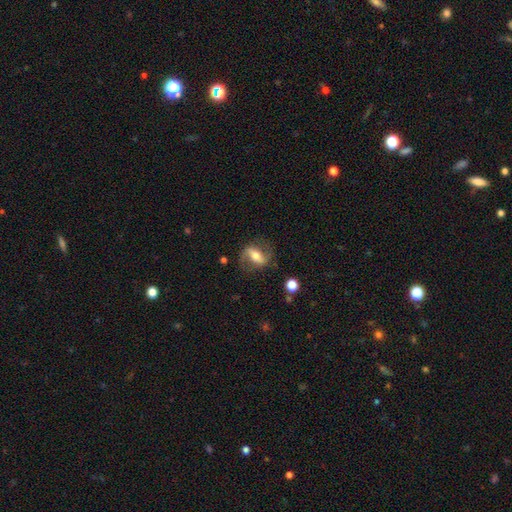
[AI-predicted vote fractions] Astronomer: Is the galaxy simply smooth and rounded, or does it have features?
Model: featured or disk — 70%.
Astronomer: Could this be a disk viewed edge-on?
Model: no — 90%.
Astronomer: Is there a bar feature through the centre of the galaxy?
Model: strong — 52% (runner-up: weak, 30%).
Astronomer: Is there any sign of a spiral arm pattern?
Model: yes — 85%.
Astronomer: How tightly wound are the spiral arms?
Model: loose — 47% (runner-up: medium, 38%).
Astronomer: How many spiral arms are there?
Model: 2 — 87%.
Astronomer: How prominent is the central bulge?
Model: moderate — 57%.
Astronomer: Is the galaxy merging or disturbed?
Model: none — 73%.